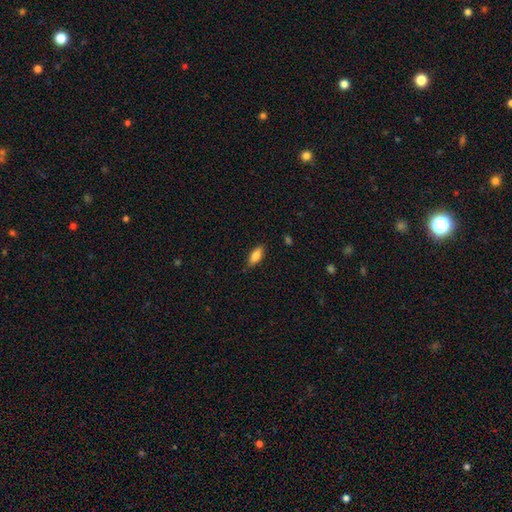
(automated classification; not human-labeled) smooth-or-featured: smooth: 78% | featured or disk: 15% | star or artifact: 7%
  how-rounded: in between: 80% | cigar-shaped: 18% | round: 3%
  merging: none: 83% | minor disturbance: 13% | major disturbance: 2% | merger: 1%